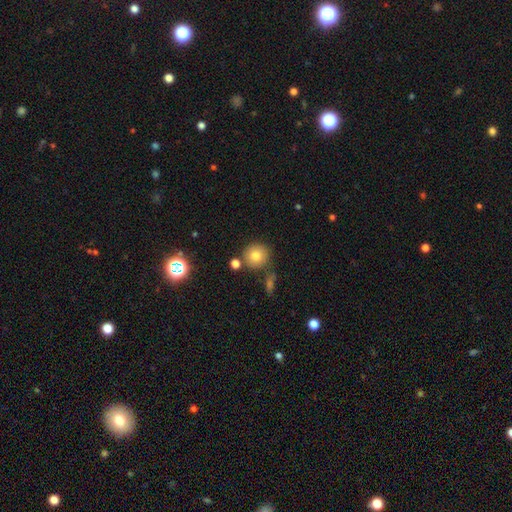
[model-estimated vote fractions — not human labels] smooth_or_featured: smooth (p=0.78) [alt: star or artifact p=0.12]
how_rounded: round (p=0.91) [alt: in between p=0.08]
merging: none (p=0.75) [alt: merger p=0.11]